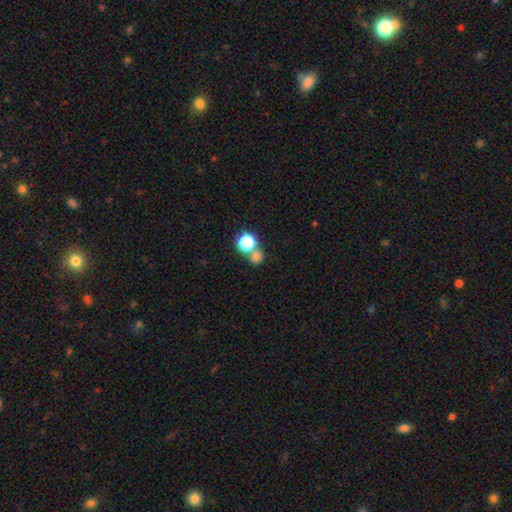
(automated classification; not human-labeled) This is likely a smooth galaxy (73%). How rounded: likely round (80%). Merging: possibly none (48%).